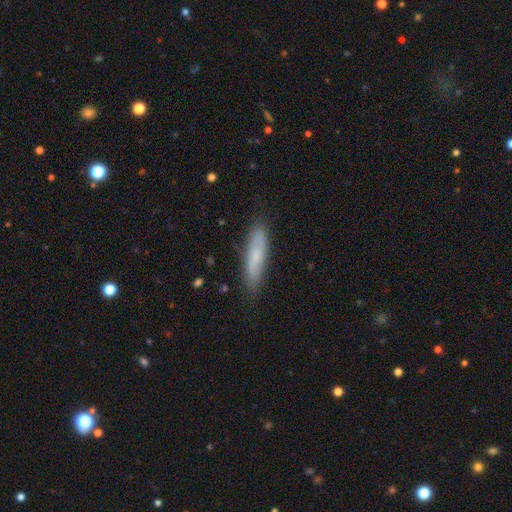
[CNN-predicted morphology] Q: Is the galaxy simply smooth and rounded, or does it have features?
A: smooth — 74%.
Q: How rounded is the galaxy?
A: cigar-shaped — 78%.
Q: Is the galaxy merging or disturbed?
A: none — 82%.